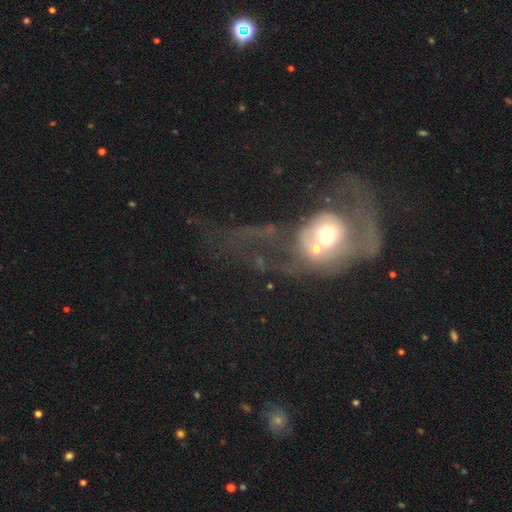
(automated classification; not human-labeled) Overall: featured or disk (57%; smooth 27%). Edge-on disk: no (95%). Bar: no (79%). Spiral arms: no (58%; yes 42%). Bulge size: moderate (59%; small 19%). Merging: merger (52%; major disturbance 29%).